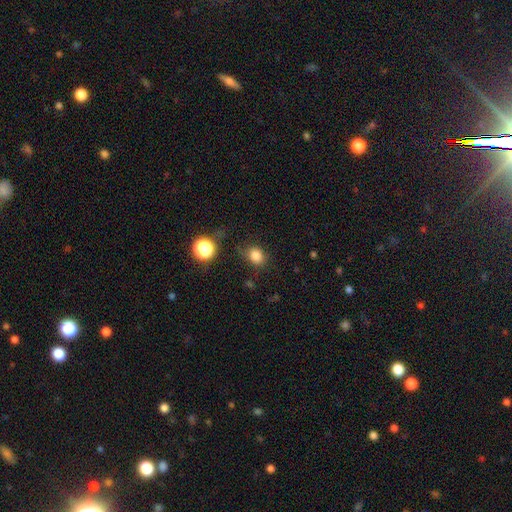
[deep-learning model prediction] Morphology: type=smooth (81%); roundness=round (57%); merging=none (70%).